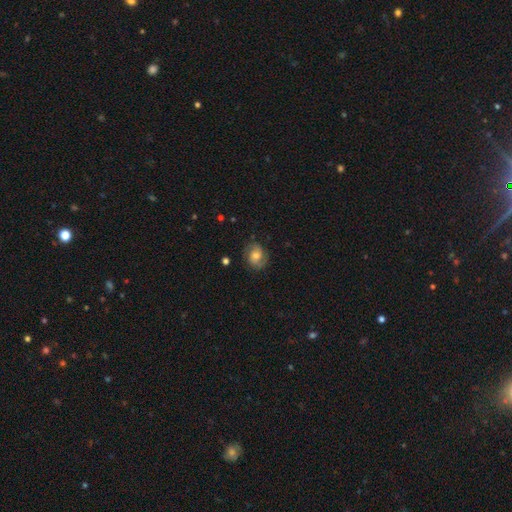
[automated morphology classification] Q: Smooth or featured?
A: featured or disk (59%); runner-up: smooth (32%)
Q: Edge-on disk?
A: no (97%); runner-up: yes (3%)
Q: Bar?
A: no (62%); runner-up: weak (32%)
Q: Spiral arms?
A: yes (89%); runner-up: no (11%)
Q: Spiral winding?
A: medium (45%); runner-up: tight (35%)
Q: Spiral arm count?
A: 2 (82%); runner-up: can't tell (9%)
Q: Bulge size?
A: moderate (61%); runner-up: small (27%)
Q: Merging?
A: none (78%); runner-up: minor disturbance (15%)